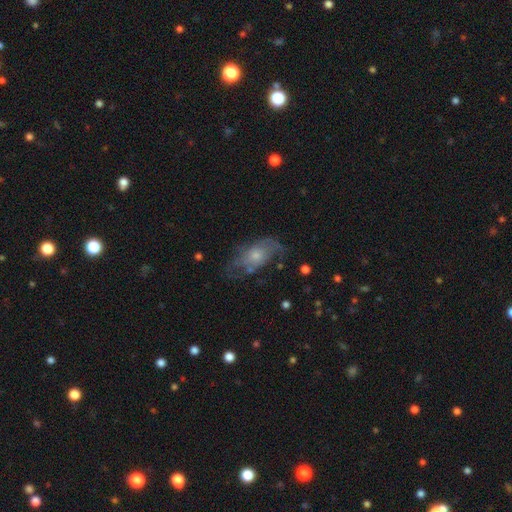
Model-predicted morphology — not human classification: Smooth or featured?
  - featured or disk: 51% *
  - smooth: 40%
  - star or artifact: 9%
Edge-on disk?
  - no: 91% *
  - yes: 9%
Merging?
  - none: 45% *
  - minor disturbance: 27%
  - major disturbance: 26%
  - merger: 3%